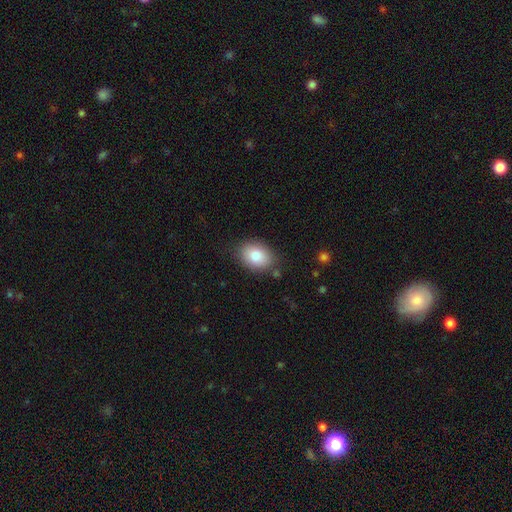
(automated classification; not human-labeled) smooth 85%, featured or disk 8%, star or artifact 7%. Down the decision tree: how rounded — in between (80%); merging — none (80%).